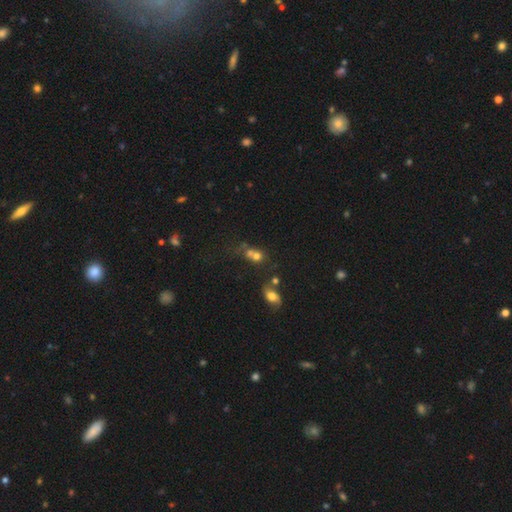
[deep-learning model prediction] A smooth galaxy with no disk features (66%) that is round (69%).

Vote fractions:
- Smooth or featured? smooth: 66% / star or artifact: 17% / featured or disk: 17%
- How rounded? round: 69% / in between: 29% / cigar-shaped: 2%
- Merging? merger: 47% / none: 35% / minor disturbance: 11% / major disturbance: 7%